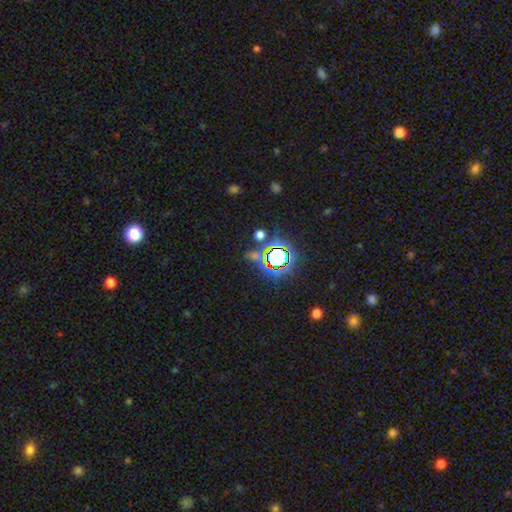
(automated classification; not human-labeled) smooth_or_featured: star or artifact (p=0.71) [alt: smooth p=0.20]